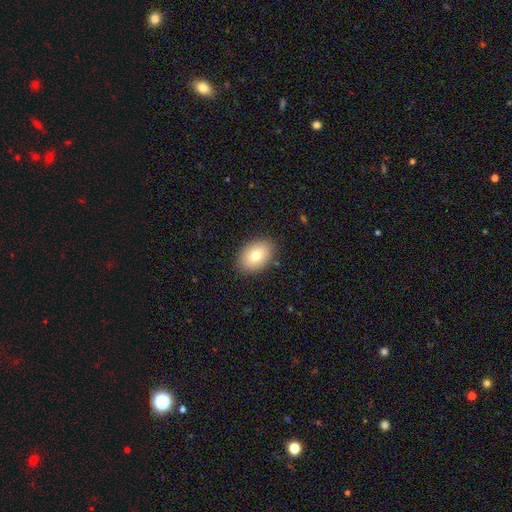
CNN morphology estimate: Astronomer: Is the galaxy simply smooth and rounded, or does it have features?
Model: smooth — 77%.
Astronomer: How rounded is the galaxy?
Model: in between — 83%.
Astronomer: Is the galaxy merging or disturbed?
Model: none — 87%.